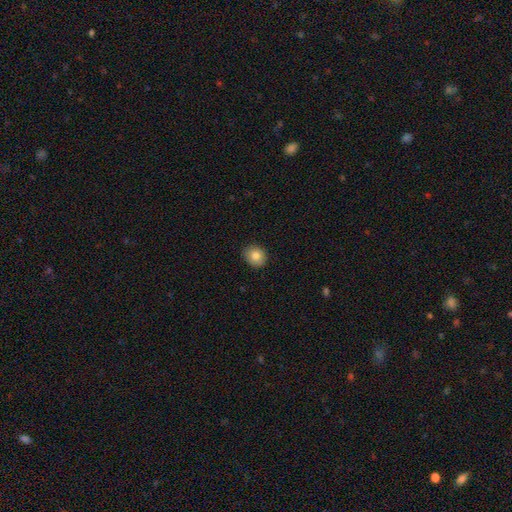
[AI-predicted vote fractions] A smooth galaxy with no disk features (84%) that is round (71%).

Vote fractions:
- Smooth or featured? smooth: 84% / star or artifact: 9% / featured or disk: 8%
- How rounded? round: 71% / in between: 28% / cigar-shaped: 1%
- Merging? none: 89% / minor disturbance: 9% / major disturbance: 2% / merger: 1%